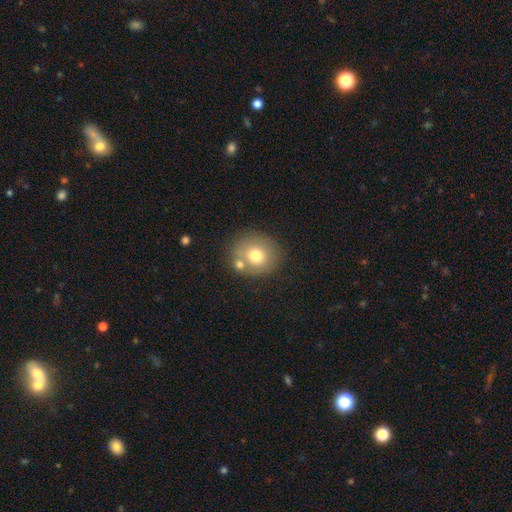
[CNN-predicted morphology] The model was most divided on "merging": none: 68%, merger: 16%, minor disturbance: 11%, major disturbance: 4%. More confident: how rounded — round (86%); smooth or featured — smooth (71%).